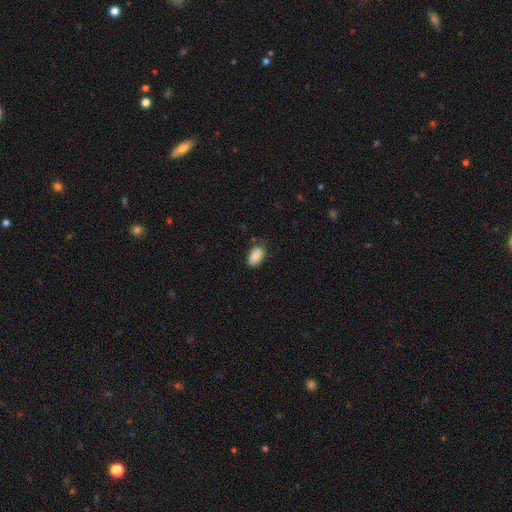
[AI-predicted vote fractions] Q: Smooth or featured?
A: smooth (84%); runner-up: featured or disk (8%)
Q: How rounded?
A: in between (91%); runner-up: round (8%)
Q: Merging?
A: none (71%); runner-up: minor disturbance (23%)